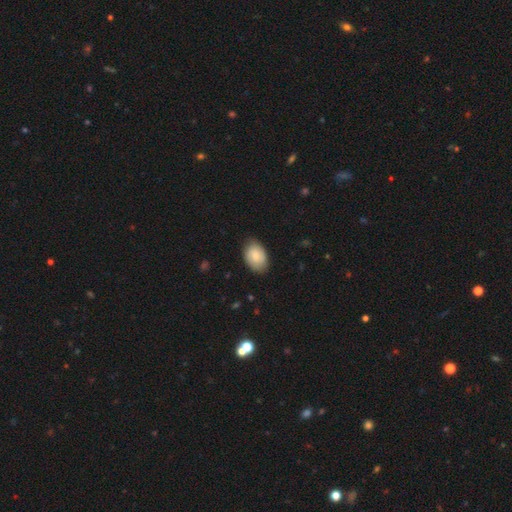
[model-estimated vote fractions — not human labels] Morphology: type=smooth (77%); roundness=in between (85%); merging=none (77%).